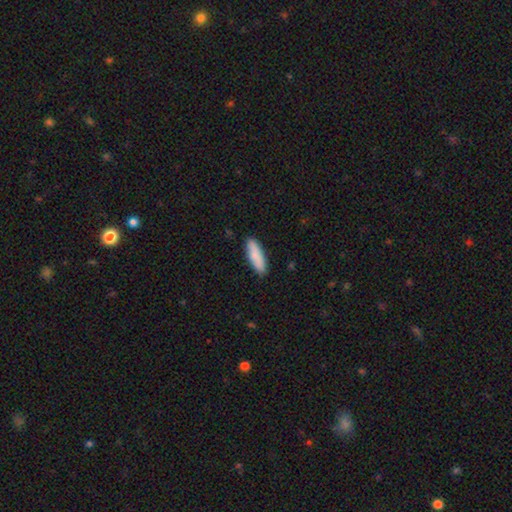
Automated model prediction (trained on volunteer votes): smooth_or_featured: smooth (p=0.83) [alt: featured or disk p=0.12]
how_rounded: cigar-shaped (p=0.55) [alt: in between p=0.44]
merging: none (p=0.87) [alt: minor disturbance p=0.10]